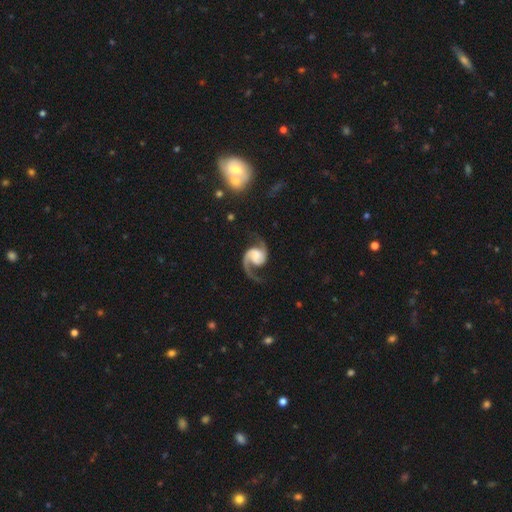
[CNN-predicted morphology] Smooth or featured? featured or disk (91%)
Edge-on disk? no (98%)
Bar? no (60%)
Spiral arms? yes (98%)
Spiral winding? medium (47%)
Spiral arm count? 2 (86%)
Bulge size? none (32%)
Merging? none (69%)